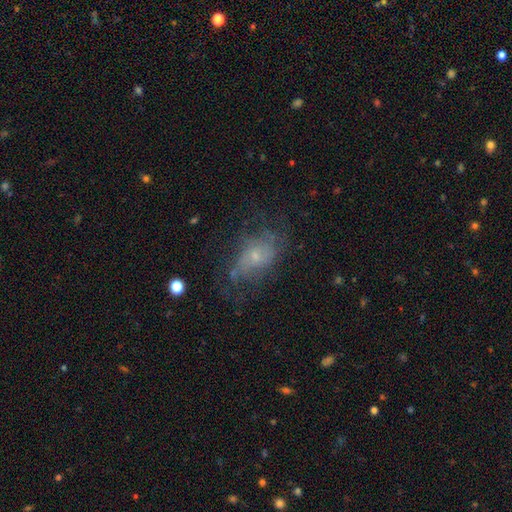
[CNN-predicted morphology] A featured or disk galaxy (52%). Merging: none (52%).